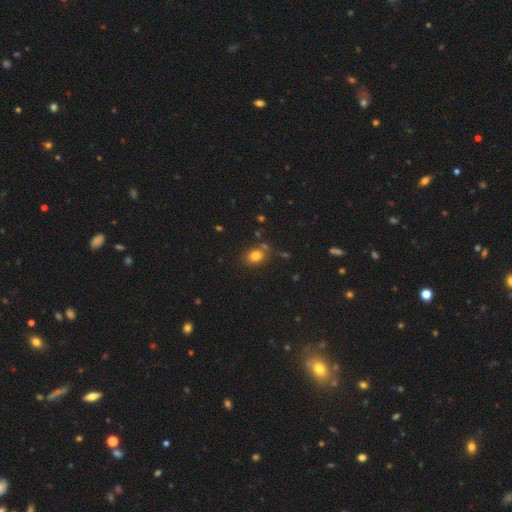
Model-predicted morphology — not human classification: Overall: smooth (80%). How rounded: in between (56%; round 42%). Merging: none (73%).